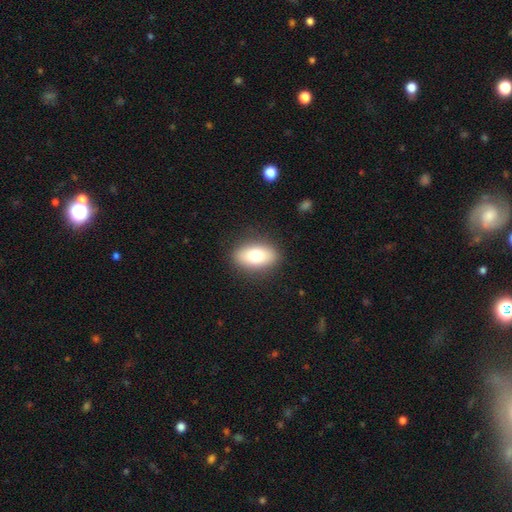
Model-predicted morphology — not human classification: Q: Smooth or featured?
A: smooth (77%); runner-up: featured or disk (15%)
Q: How rounded?
A: in between (88%); runner-up: round (9%)
Q: Merging?
A: none (88%); runner-up: minor disturbance (9%)